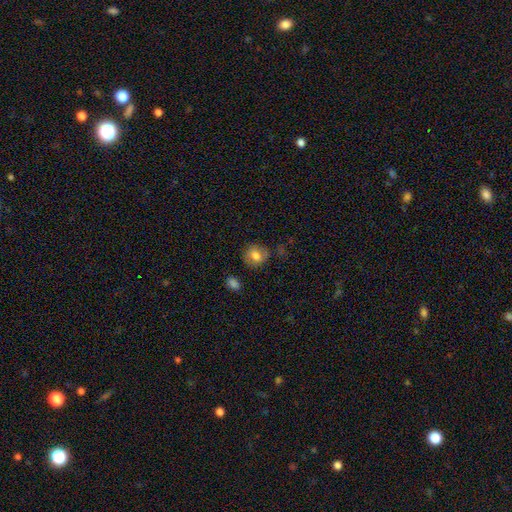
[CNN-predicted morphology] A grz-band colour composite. It shows a smooth galaxy with no disk features (76%) that is round (74%). Merging: none (75%).